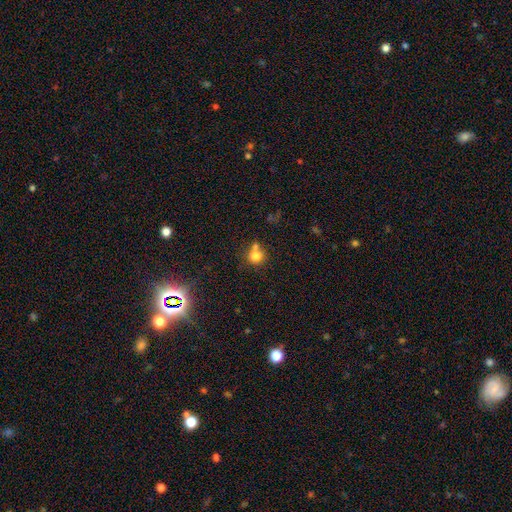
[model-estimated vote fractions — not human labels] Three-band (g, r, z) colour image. It shows a smooth galaxy with no disk features (78%) that is round (80%). Merging: none (48%).